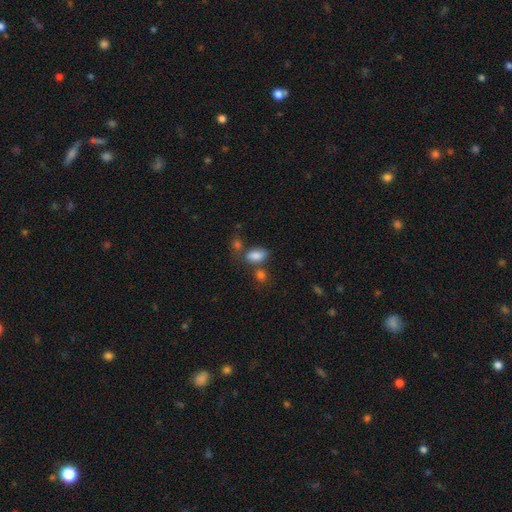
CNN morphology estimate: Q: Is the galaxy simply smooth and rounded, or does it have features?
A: smooth — 83%.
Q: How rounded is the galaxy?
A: in between — 88%.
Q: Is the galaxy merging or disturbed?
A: none — 55%.